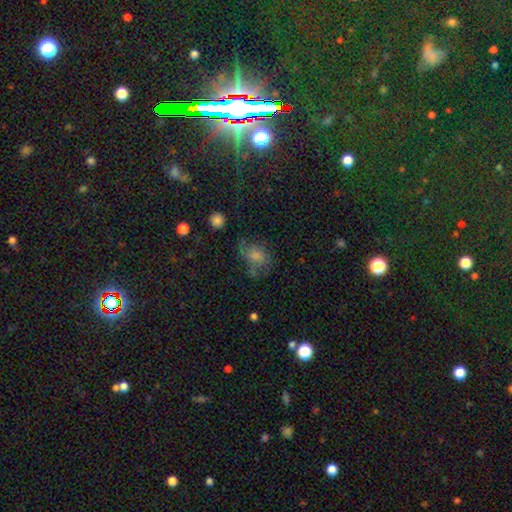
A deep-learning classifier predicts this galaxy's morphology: Overall: smooth (57%; featured or disk 29%). How rounded: in between (66%; round 32%). Merging: none (40%; major disturbance 28%).